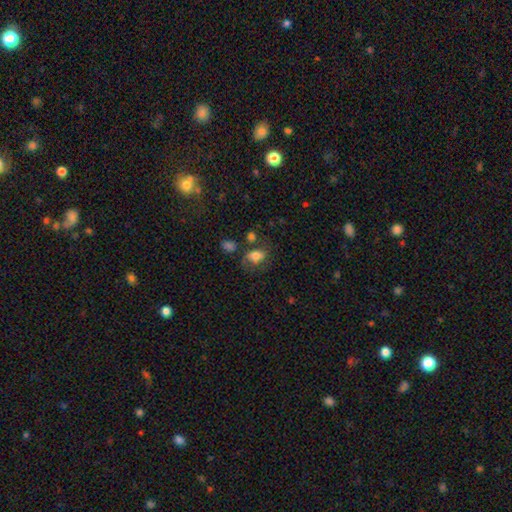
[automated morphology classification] The model was most divided on "merging": none: 51%, minor disturbance: 23%, major disturbance: 17%, merger: 9%. More confident: how rounded — in between (78%); smooth or featured — smooth (69%).